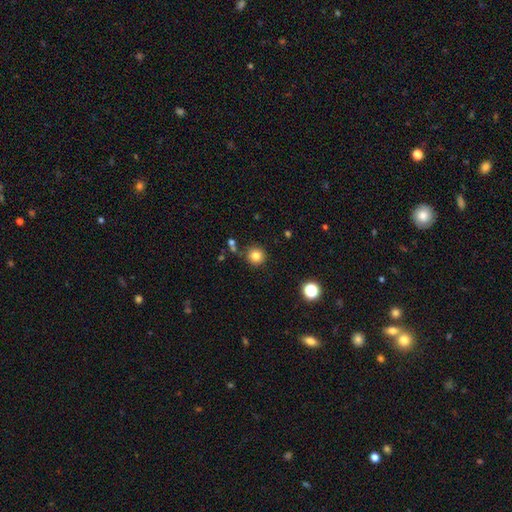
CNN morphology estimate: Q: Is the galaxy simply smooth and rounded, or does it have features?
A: smooth — 82%.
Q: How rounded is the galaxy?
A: round — 94%.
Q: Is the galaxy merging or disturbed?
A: none — 82%.